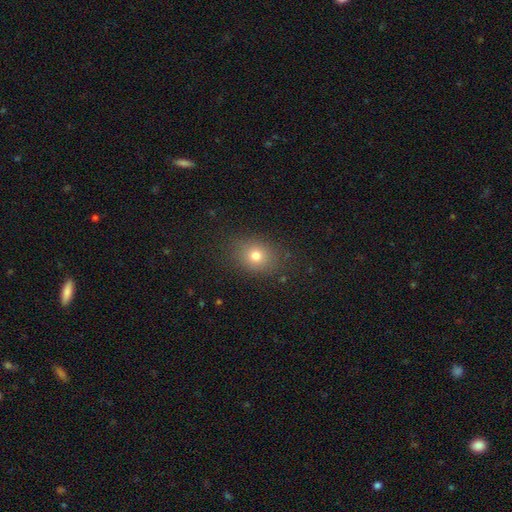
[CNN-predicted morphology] The model was most divided on "how rounded": in between: 53%, round: 45%, cigar-shaped: 1%. More confident: merging — none (83%); smooth or featured — smooth (75%).